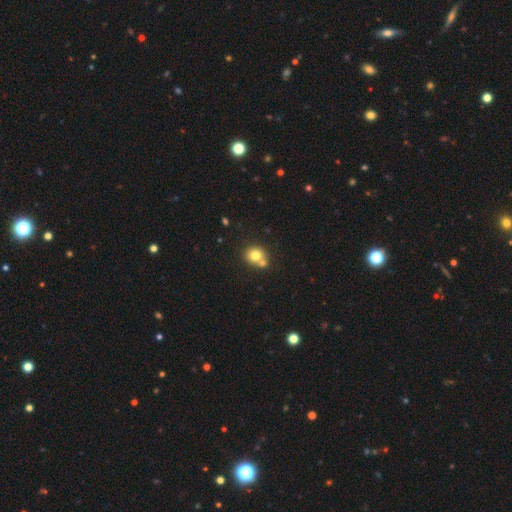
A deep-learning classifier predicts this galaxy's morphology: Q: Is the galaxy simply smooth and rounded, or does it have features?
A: smooth — 77%.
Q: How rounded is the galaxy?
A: round — 78%.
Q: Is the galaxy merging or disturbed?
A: none — 51%.